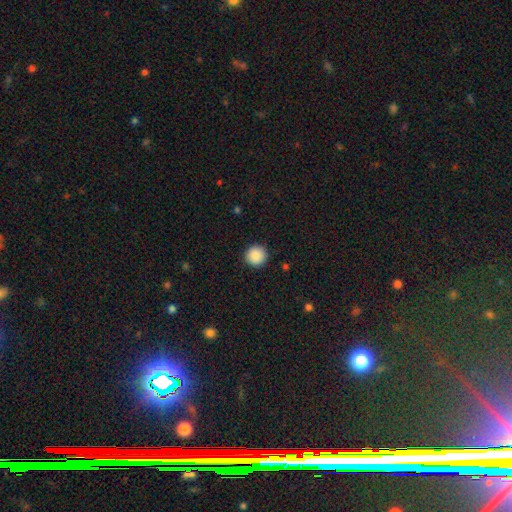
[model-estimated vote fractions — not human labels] Smooth or featured? Predicted: smooth (p=0.90). How rounded? Predicted: round (p=0.96). Merging? Predicted: none (p=0.92).